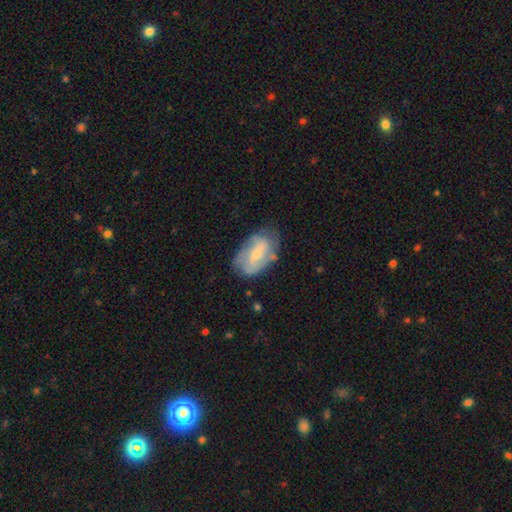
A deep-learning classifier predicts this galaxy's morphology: This is likely a featured or disk galaxy (62%). It is clearly not viewed edge-on (96%). Bar: possibly weak (47%). Spiral arm pattern: likely yes (77%). Central bulge: possibly small (56%). Merging: likely none (65%).